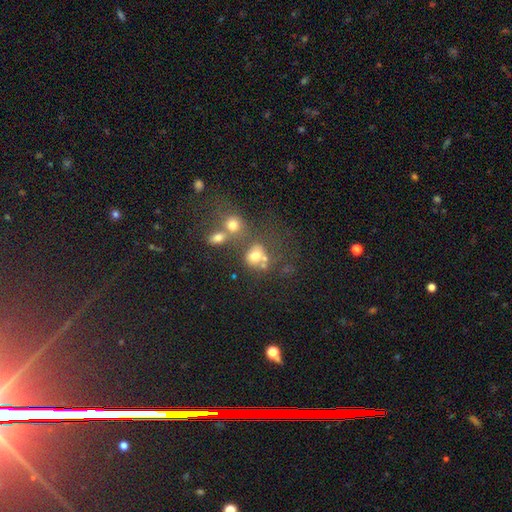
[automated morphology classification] This appears to be a smooth galaxy with no disk features (64%) that is round (53%). Merging: merger (38%).